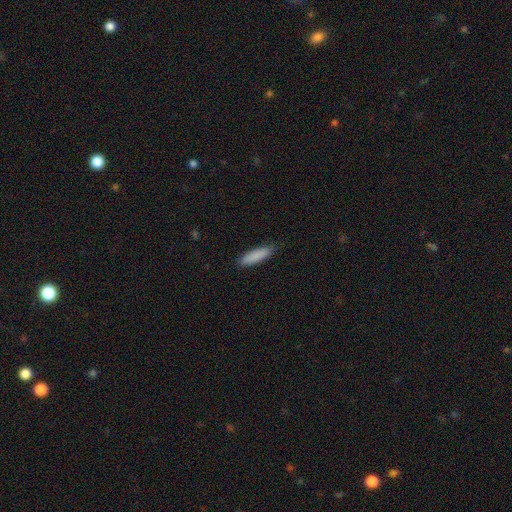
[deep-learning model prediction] Morphology: type=smooth (88%); roundness=cigar-shaped (69%); merging=none (85%).